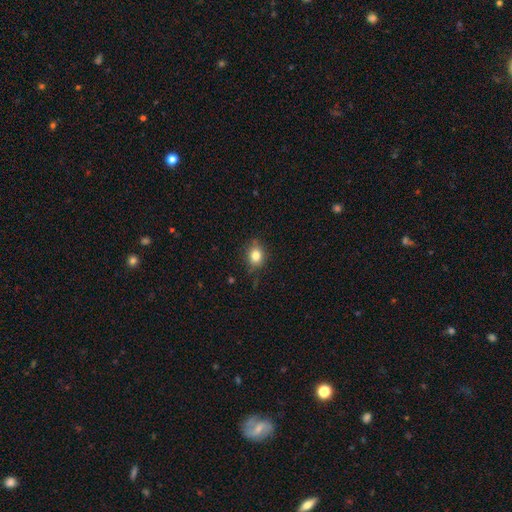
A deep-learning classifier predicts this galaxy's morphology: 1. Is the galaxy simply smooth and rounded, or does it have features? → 81% smooth, 10% star or artifact, 8% featured or disk.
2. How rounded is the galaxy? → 53% round, 46% in between, 1% cigar-shaped.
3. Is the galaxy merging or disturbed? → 78% none, 17% minor disturbance, 3% major disturbance, 1% merger.